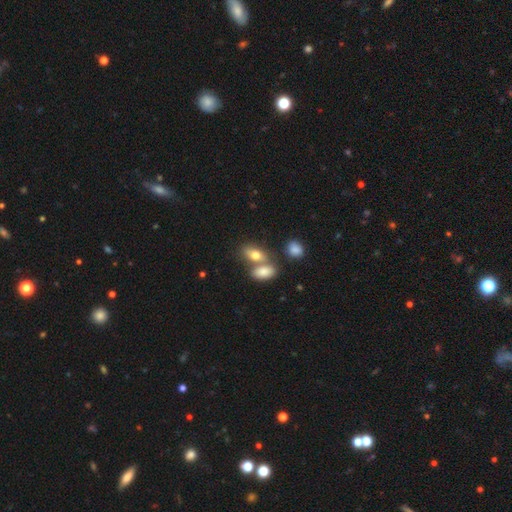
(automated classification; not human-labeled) smooth_or_featured: smooth (p=0.77) [alt: featured or disk p=0.15]
how_rounded: in between (p=0.85) [alt: round p=0.10]
merging: merger (p=0.45) [alt: none p=0.41]